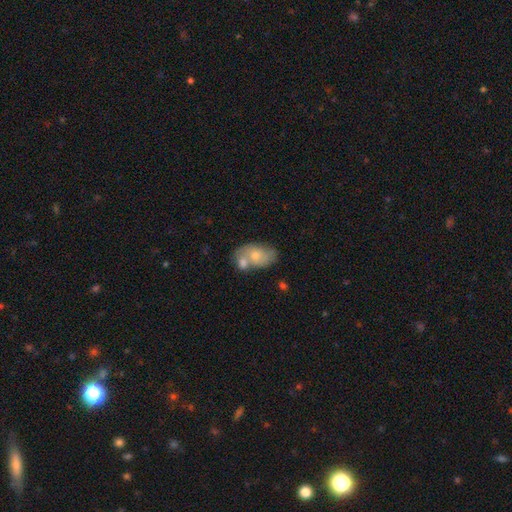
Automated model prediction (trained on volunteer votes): Smooth or featured? Predicted: smooth (p=0.65). How rounded? Predicted: in between (p=0.88). Merging? Predicted: merger (p=0.48).